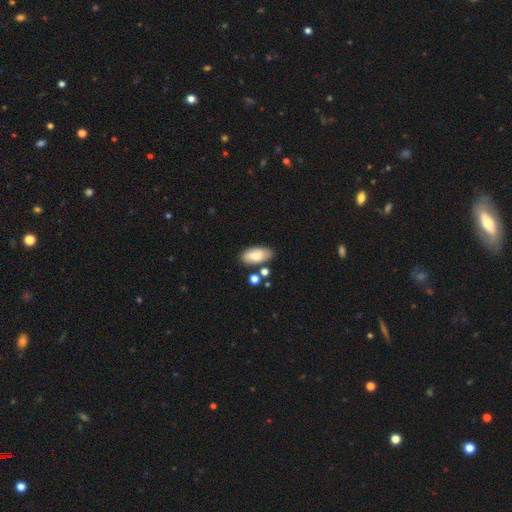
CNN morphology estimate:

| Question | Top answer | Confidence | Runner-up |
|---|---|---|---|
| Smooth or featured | smooth | 77% | featured or disk (15%) |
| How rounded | in between | 92% | cigar-shaped (5%) |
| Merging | none | 70% | minor disturbance (16%) |